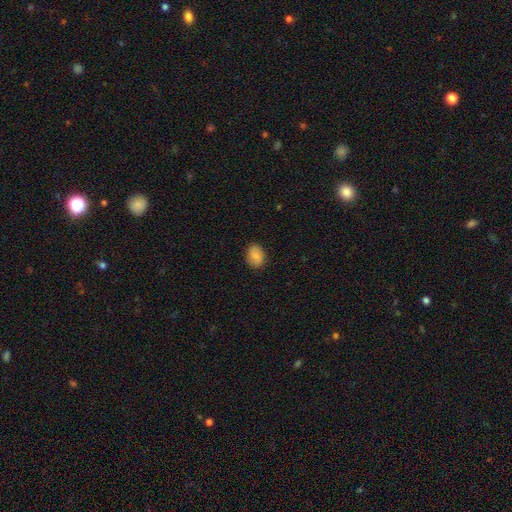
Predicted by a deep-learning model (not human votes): A smooth galaxy with no disk features (85%) that is in between round and cigar-shaped (70%). Merging: none (87%).